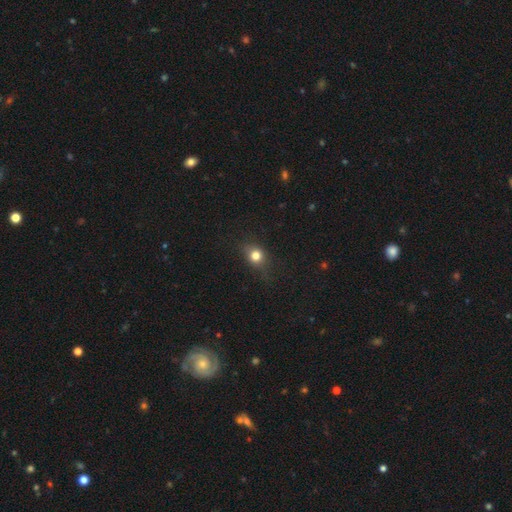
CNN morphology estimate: smooth 76%, star or artifact 14%, featured or disk 10%. Down the decision tree: how rounded — round (67%); merging — none (77%).